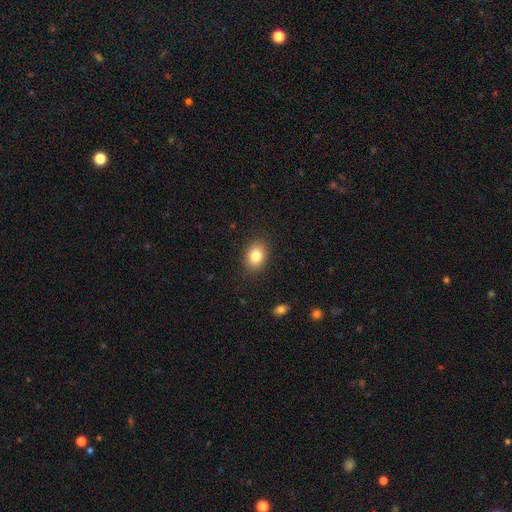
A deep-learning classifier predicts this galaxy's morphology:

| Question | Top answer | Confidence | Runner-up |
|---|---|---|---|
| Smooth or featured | smooth | 83% | star or artifact (9%) |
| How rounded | in between | 69% | round (30%) |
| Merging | none | 87% | minor disturbance (9%) |